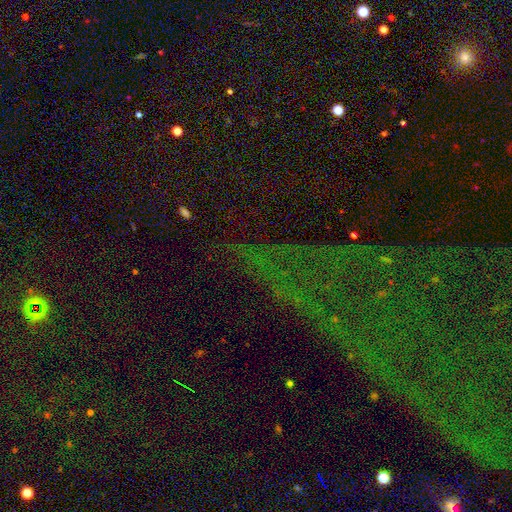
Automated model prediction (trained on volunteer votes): Q: Smooth or featured?
A: star or artifact (78%); runner-up: featured or disk (11%)